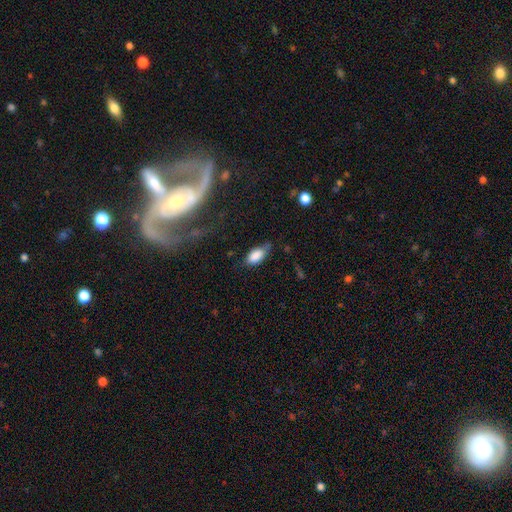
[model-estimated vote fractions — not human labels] Smooth or featured: smooth — 83% (featured or disk — 9%)
How rounded: in between — 91% (cigar-shaped — 5%)
Merging: none — 58% (minor disturbance — 31%)